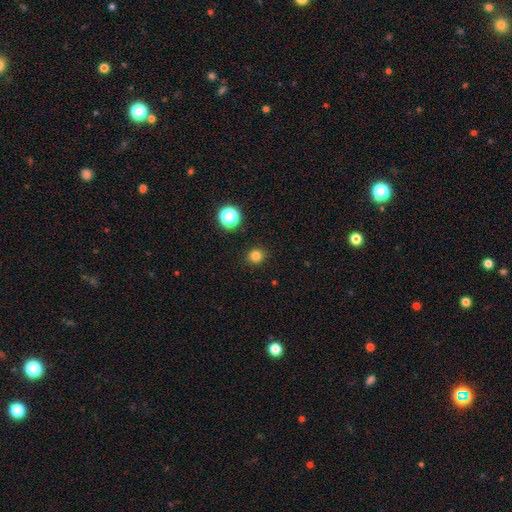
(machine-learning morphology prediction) Smooth or featured: smooth — 80% (star or artifact — 15%)
How rounded: round — 91% (in between — 8%)
Merging: none — 91% (minor disturbance — 6%)